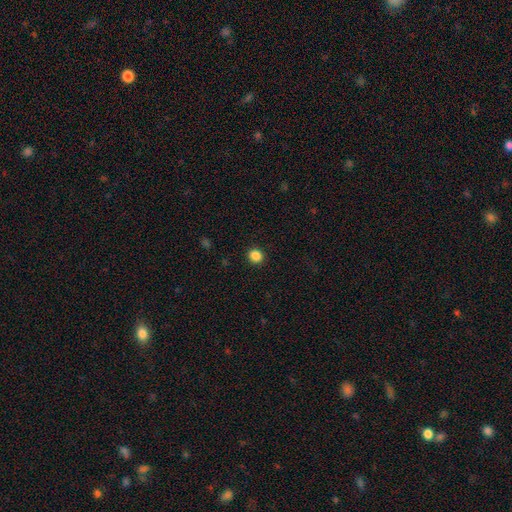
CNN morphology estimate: type=smooth (86%); roundness=round (82%); merging=none (92%).